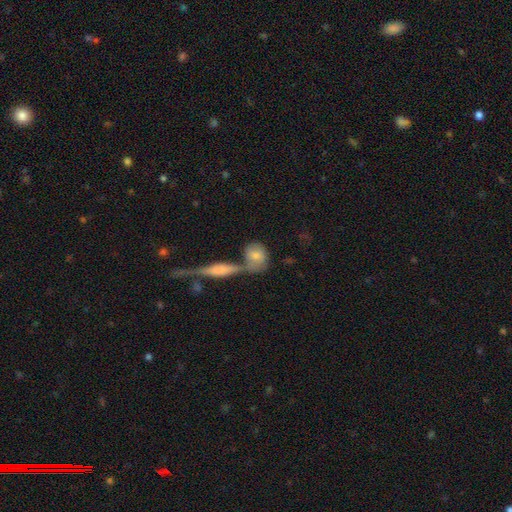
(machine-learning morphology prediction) This is likely a smooth galaxy (70%). How rounded: possibly round (49%). Merging: marginally merger (43%).